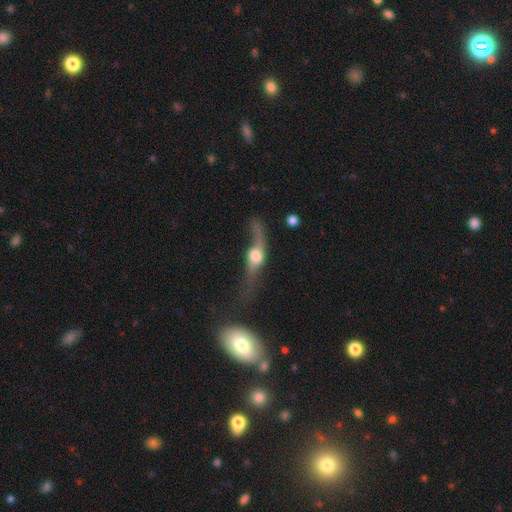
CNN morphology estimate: A featured or disk galaxy (63%) viewed edge-on (60%).

Vote fractions:
- Smooth or featured? featured or disk: 63% / smooth: 28% / star or artifact: 9%
- Edge-on disk? yes: 60% / no: 40%
- Merging? major disturbance: 37% / none: 32% / minor disturbance: 20% / merger: 10%